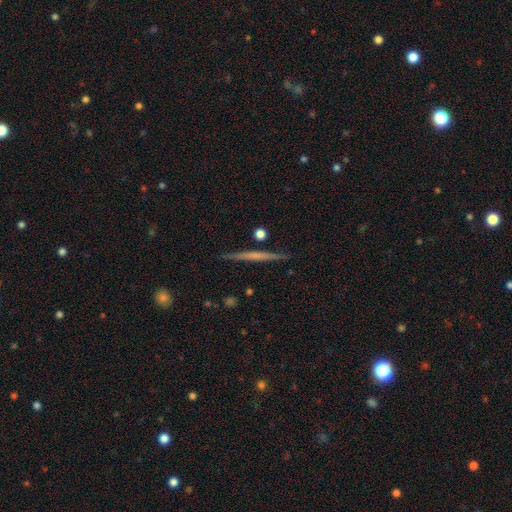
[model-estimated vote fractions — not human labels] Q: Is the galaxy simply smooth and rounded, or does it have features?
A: featured or disk — 60%.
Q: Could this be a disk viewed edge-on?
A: yes — 98%.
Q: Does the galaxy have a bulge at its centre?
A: none — 73%.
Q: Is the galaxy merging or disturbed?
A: none — 90%.